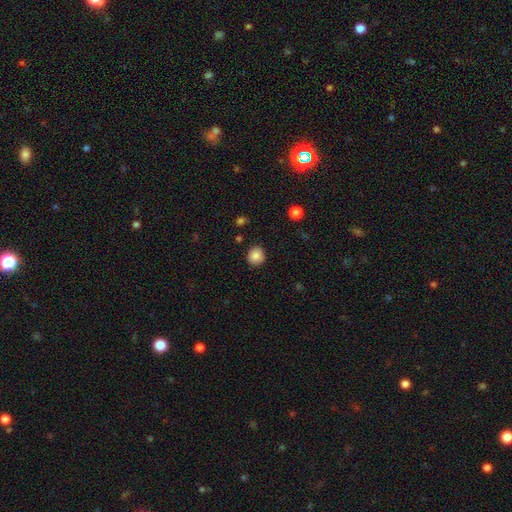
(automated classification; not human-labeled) A smooth galaxy with no disk features (85%) that is round (90%). Merging: none (90%).